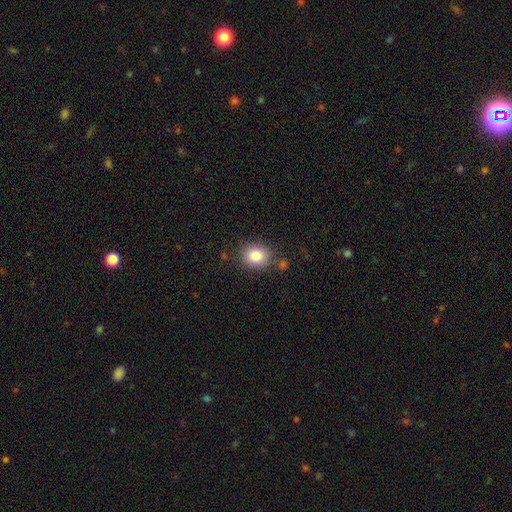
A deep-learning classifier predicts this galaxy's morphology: The model was most divided on "how rounded": round: 61%, in between: 38%, cigar-shaped: 1%. More confident: smooth or featured — smooth (83%); merging — none (79%).